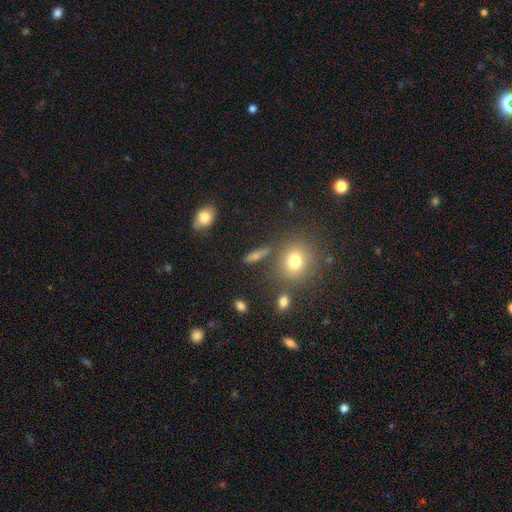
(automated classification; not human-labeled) This appears to be a smooth galaxy with no disk features (59%) that is cigar-shaped (42%). Merging: none (77%).